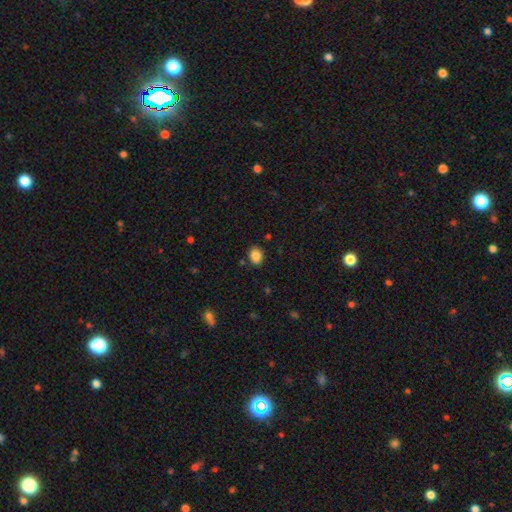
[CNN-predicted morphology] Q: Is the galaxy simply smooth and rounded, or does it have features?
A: smooth — 86%.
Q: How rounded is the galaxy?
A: in between — 54%.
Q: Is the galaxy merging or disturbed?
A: none — 84%.